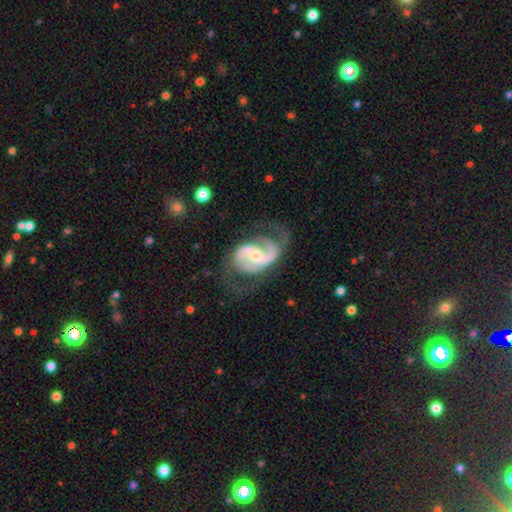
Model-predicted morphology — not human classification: Q: Smooth or featured?
A: featured or disk (90%); runner-up: smooth (6%)
Q: Edge-on disk?
A: no (97%); runner-up: yes (3%)
Q: Bar?
A: weak (41%); runner-up: no (39%)
Q: Spiral arms?
A: yes (97%); runner-up: no (3%)
Q: Spiral winding?
A: medium (52%); runner-up: loose (27%)
Q: Spiral arm count?
A: 2 (85%); runner-up: can't tell (5%)
Q: Bulge size?
A: small (51%); runner-up: moderate (44%)
Q: Merging?
A: none (60%); runner-up: minor disturbance (20%)